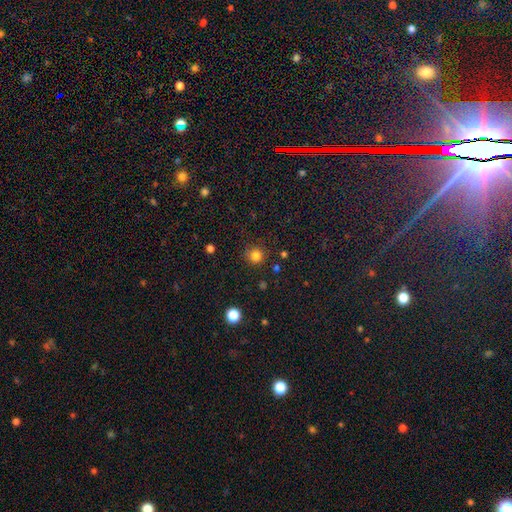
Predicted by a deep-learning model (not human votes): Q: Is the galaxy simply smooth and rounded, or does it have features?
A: smooth — 82%.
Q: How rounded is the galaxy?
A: round — 93%.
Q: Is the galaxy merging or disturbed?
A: none — 86%.